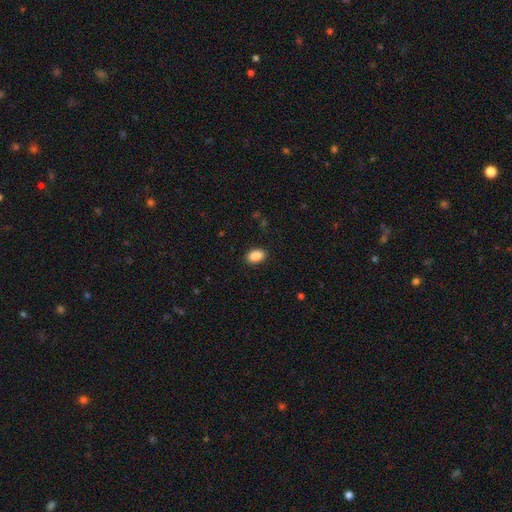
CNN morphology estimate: Smooth or featured? Predicted: smooth (p=0.90). How rounded? Predicted: in between (p=0.88). Merging? Predicted: none (p=0.89).